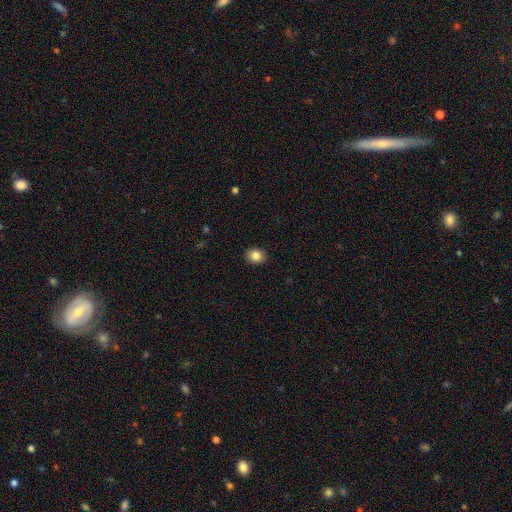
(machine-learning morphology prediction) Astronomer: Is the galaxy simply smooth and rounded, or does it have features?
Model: smooth — 84%.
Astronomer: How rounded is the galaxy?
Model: round — 65%.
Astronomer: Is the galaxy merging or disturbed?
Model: none — 91%.